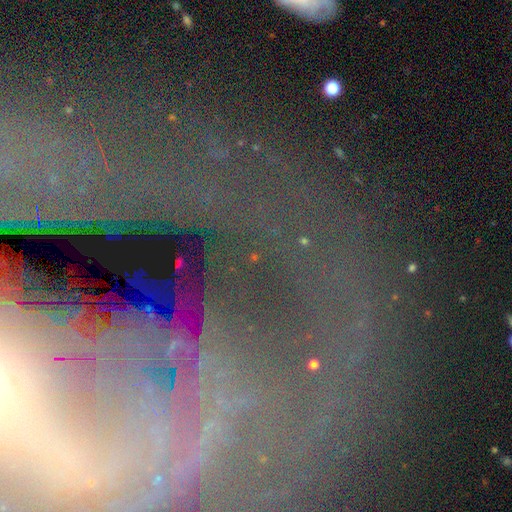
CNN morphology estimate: Smooth or featured? Predicted: featured or disk (p=0.49). Merging? Predicted: none (p=0.61).